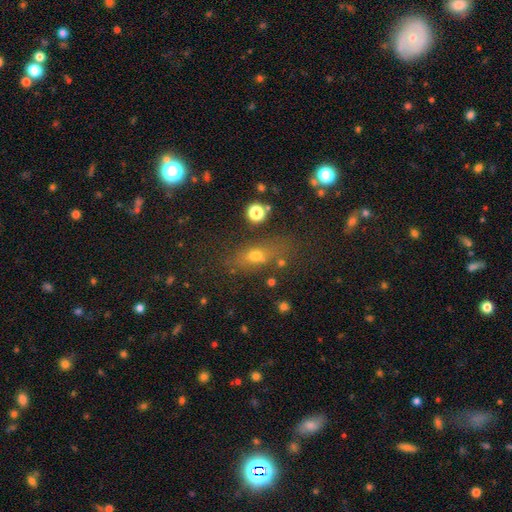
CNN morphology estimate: smooth_or_featured: smooth (p=0.59) [alt: star or artifact p=0.22]
how_rounded: in between (p=0.52) [alt: cigar-shaped p=0.30]
merging: none (p=0.71) [alt: minor disturbance p=0.15]